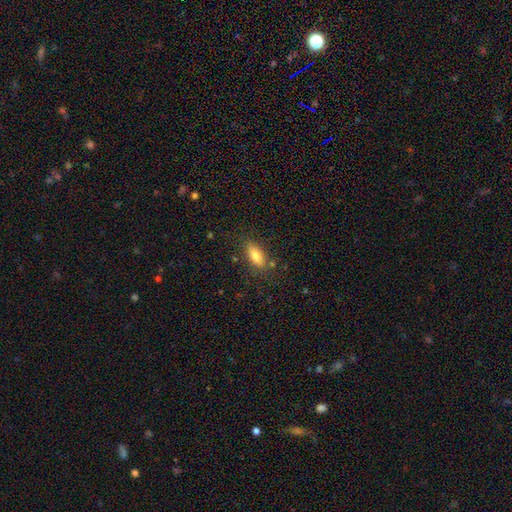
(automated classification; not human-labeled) smooth_or_featured: smooth (p=0.78) [alt: featured or disk p=0.13]
how_rounded: in between (p=0.82) [alt: cigar-shaped p=0.14]
merging: none (p=0.77) [alt: minor disturbance p=0.15]